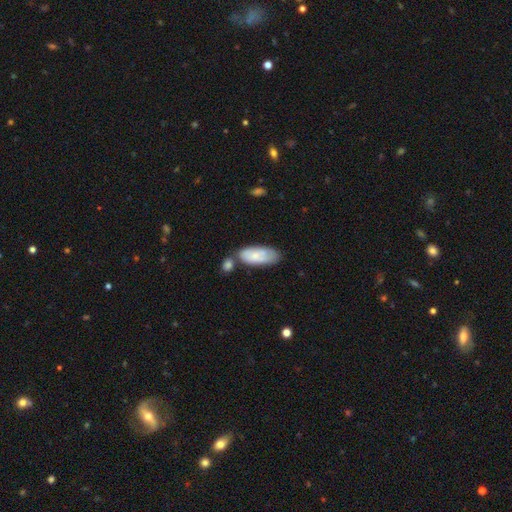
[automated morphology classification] Smooth or featured? smooth (71%)
How rounded? in between (83%)
Merging? none (49%)